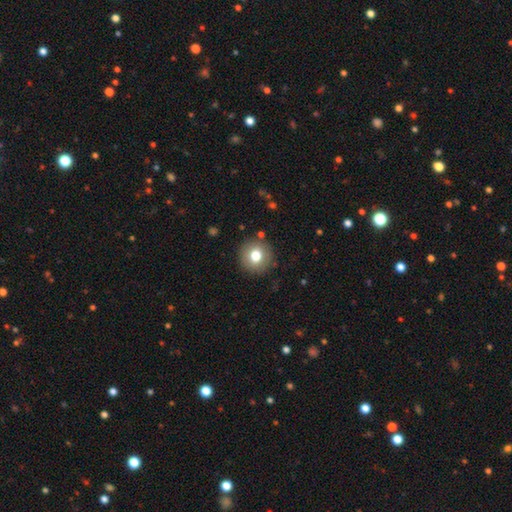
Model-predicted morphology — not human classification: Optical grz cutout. It shows a smooth galaxy with no disk features (76%) that is round (93%). Merging: none (89%).